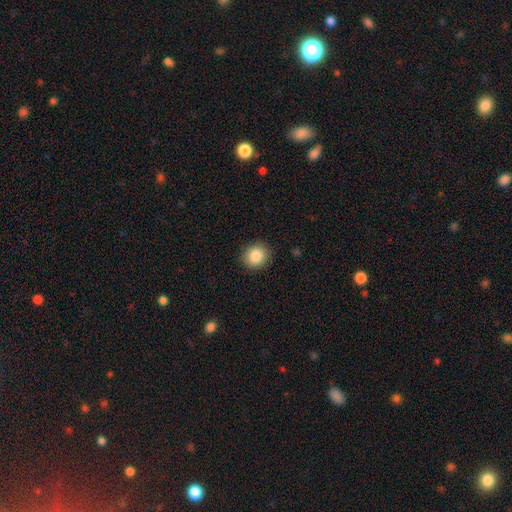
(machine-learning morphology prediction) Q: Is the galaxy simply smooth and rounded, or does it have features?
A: smooth — 86%.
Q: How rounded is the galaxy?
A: round — 81%.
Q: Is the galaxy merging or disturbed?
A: none — 90%.